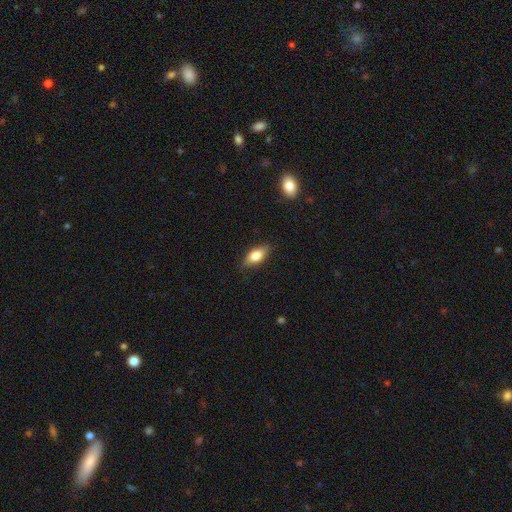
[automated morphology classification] Smooth or featured: smooth — 77% (featured or disk — 16%)
How rounded: in between — 84% (cigar-shaped — 12%)
Merging: none — 82% (minor disturbance — 14%)